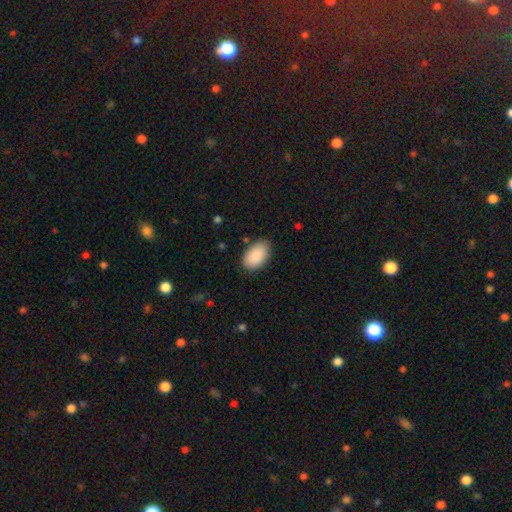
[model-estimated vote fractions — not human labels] A smooth galaxy with no disk features (90%) that is in between round and cigar-shaped (94%).

Vote fractions:
- Smooth or featured? smooth: 90% / star or artifact: 6% / featured or disk: 4%
- How rounded? in between: 94% / round: 5% / cigar-shaped: 1%
- Merging? none: 83% / minor disturbance: 13% / major disturbance: 3% / merger: 1%